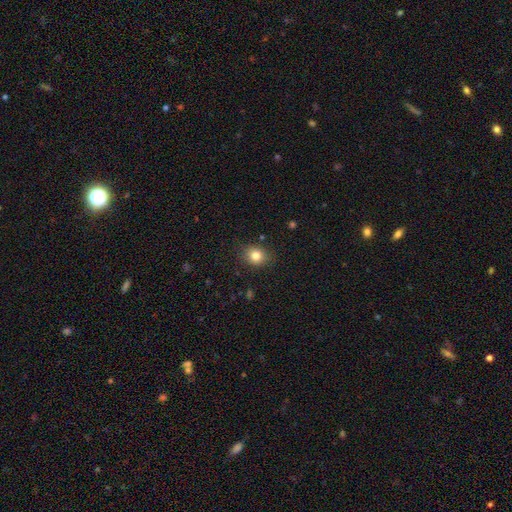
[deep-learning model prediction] smooth-or-featured: smooth: 82% | star or artifact: 11% | featured or disk: 7%
  how-rounded: round: 69% | in between: 30% | cigar-shaped: 1%
  merging: none: 84% | minor disturbance: 11% | major disturbance: 3% | merger: 1%